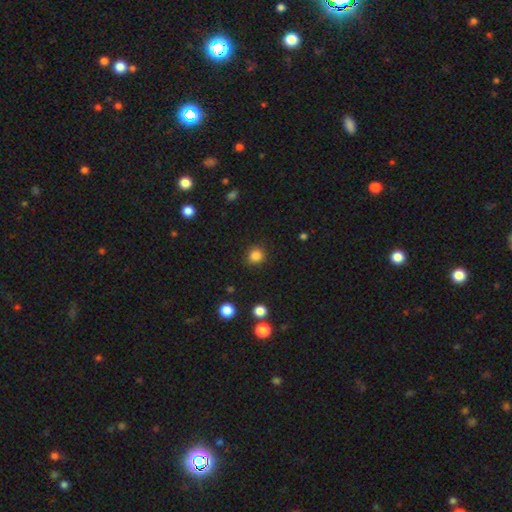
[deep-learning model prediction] smooth-or-featured: smooth: 84% | star or artifact: 12% | featured or disk: 4%
  how-rounded: round: 90% | in between: 9% | cigar-shaped: 1%
  merging: none: 89% | minor disturbance: 7% | major disturbance: 2% | merger: 1%